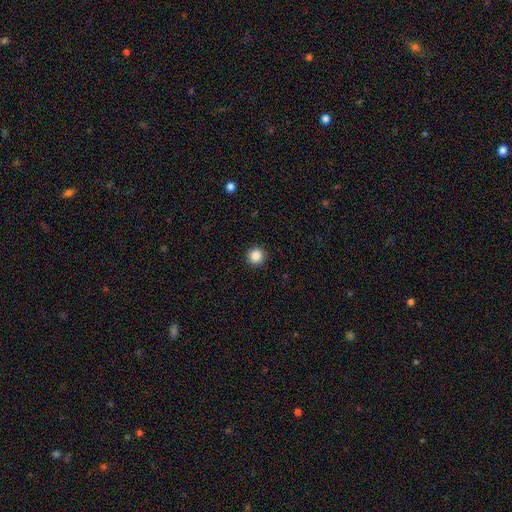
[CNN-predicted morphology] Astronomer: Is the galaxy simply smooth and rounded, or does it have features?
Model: smooth — 86%.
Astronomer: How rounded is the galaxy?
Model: round — 95%.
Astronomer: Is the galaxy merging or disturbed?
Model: none — 93%.